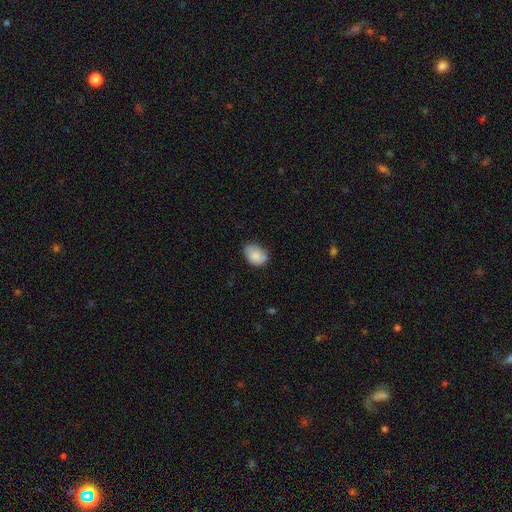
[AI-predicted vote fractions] Smooth or featured? smooth (83%)
How rounded? in between (76%)
Merging? none (71%)